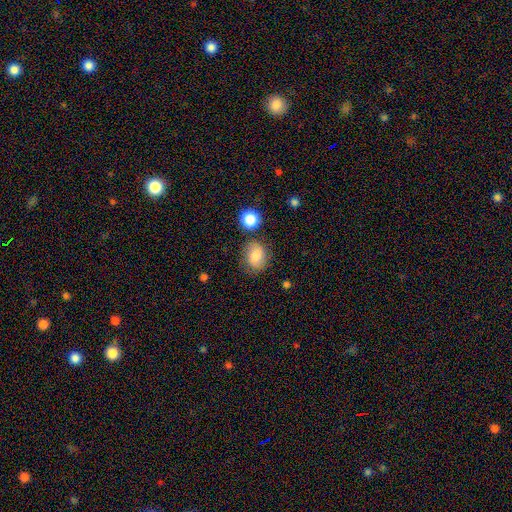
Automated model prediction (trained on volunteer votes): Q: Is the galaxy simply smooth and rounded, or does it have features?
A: smooth — 74%.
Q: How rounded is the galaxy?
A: round — 51%.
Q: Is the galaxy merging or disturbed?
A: none — 71%.